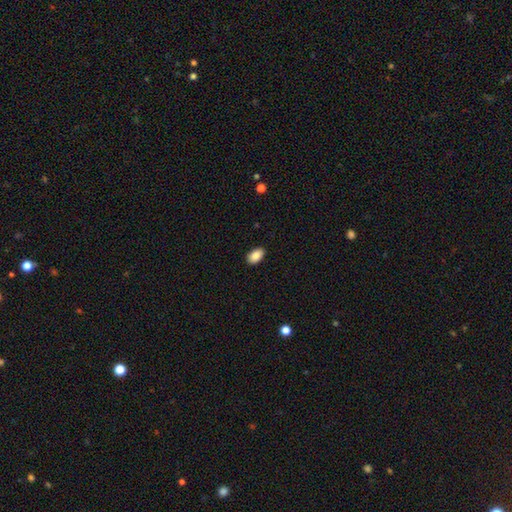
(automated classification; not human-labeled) Smooth or featured?
  - smooth: 87% *
  - star or artifact: 7%
  - featured or disk: 5%
How rounded?
  - in between: 93% *
  - round: 6%
  - cigar-shaped: 1%
Merging?
  - none: 89% *
  - minor disturbance: 8%
  - major disturbance: 2%
  - merger: 1%